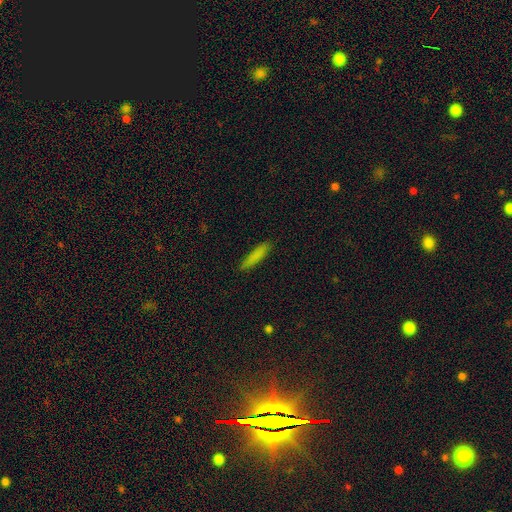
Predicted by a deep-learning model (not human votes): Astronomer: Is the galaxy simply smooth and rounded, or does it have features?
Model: smooth — 82%.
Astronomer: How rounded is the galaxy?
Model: cigar-shaped — 86%.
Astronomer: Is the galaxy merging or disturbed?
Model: none — 88%.